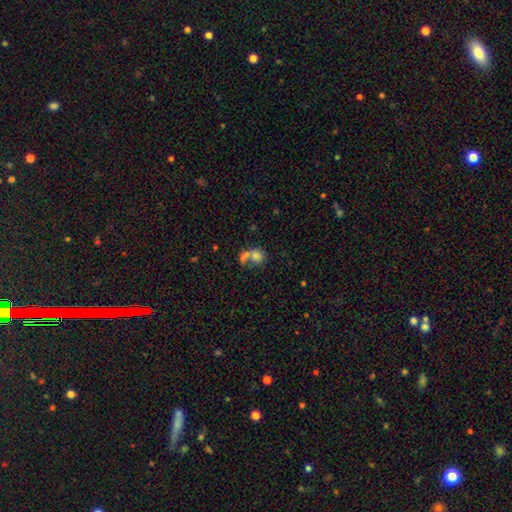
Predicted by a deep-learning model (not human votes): Smooth or featured? Predicted: smooth (p=0.72). How rounded? Predicted: round (p=0.72). Merging? Predicted: merger (p=0.54).